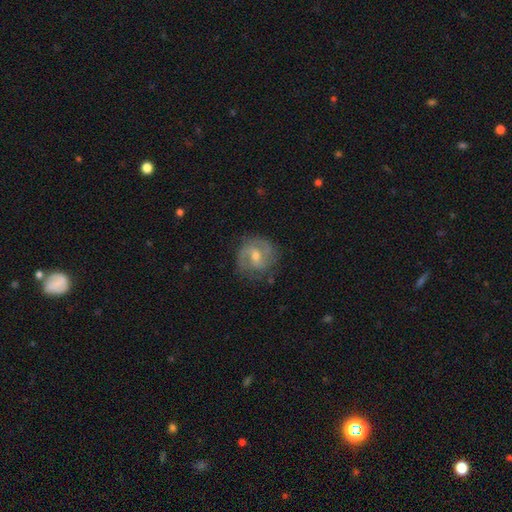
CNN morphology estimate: The model was most divided on "spiral winding": medium: 47%, tight: 37%, loose: 15%. More confident: edge-on disk — no (97%); spiral arms — yes (93%); smooth or featured — featured or disk (78%); merging — none (77%); spiral arm count — 2 (75%); bulge size — moderate (58%); bar — weak (54%).